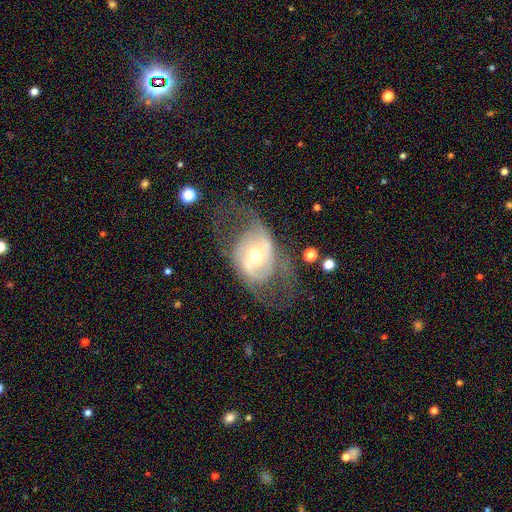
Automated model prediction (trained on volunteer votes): A featured or disk galaxy (73%) with no bar (50%), spiral arms (59%) and a moderate central bulge (58%).

Vote fractions:
- Smooth or featured? featured or disk: 73% / smooth: 21% / star or artifact: 6%
- Edge-on disk? no: 93% / yes: 7%
- Bar? no: 50% / weak: 29% / strong: 20%
- Spiral arms? yes: 59% / no: 41%
- Bulge size? moderate: 58% / small: 34% / large: 6% / dominant: 1% / none: 1%
- Merging? none: 51% / major disturbance: 29% / minor disturbance: 18% / merger: 3%